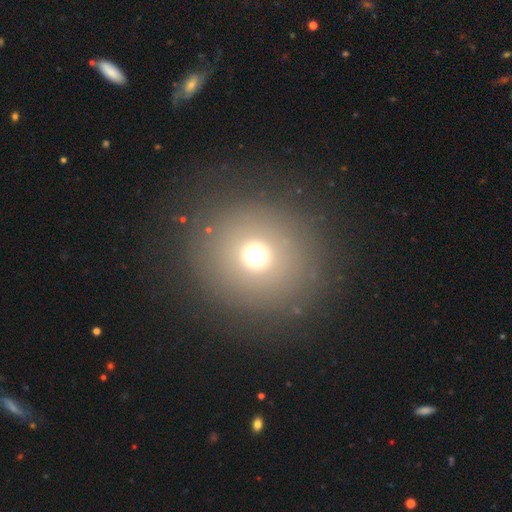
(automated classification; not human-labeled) This appears to be a smooth galaxy with no disk features (68%) that is round (87%). Merging: none (86%).